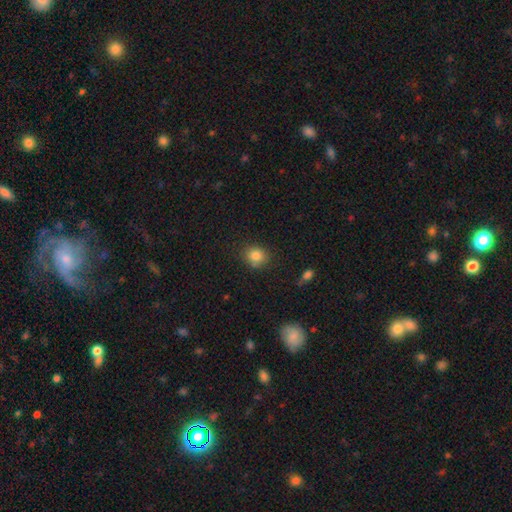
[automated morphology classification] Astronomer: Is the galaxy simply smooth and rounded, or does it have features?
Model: smooth — 84%.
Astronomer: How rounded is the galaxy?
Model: round — 74%.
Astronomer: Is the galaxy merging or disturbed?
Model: none — 80%.